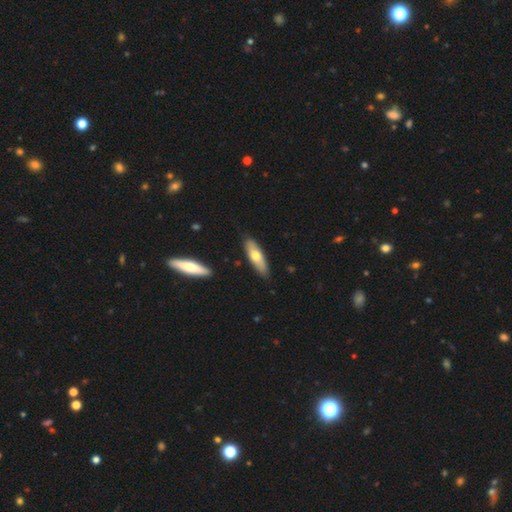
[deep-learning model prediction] Smooth or featured? smooth (62%)
How rounded? in between (52%)
Merging? none (84%)